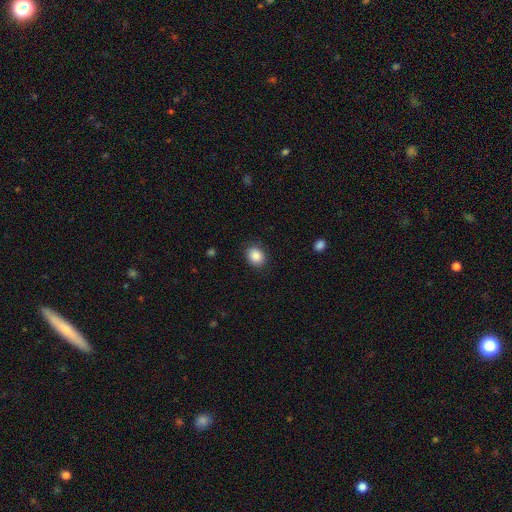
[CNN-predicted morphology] Smooth or featured: smooth — 87% (star or artifact — 8%)
How rounded: round — 52% (in between — 47%)
Merging: none — 88% (minor disturbance — 9%)